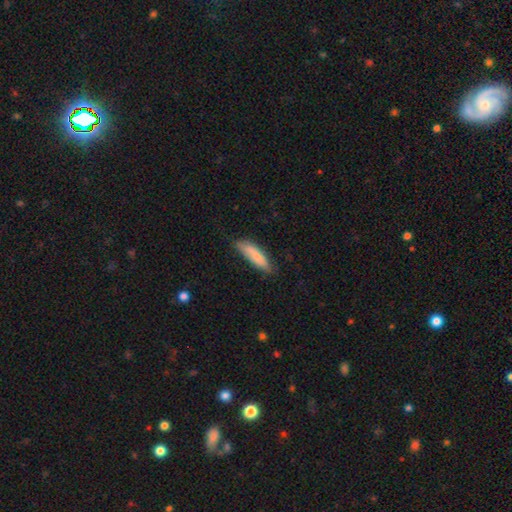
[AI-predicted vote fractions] Smooth or featured? smooth (80%)
How rounded? cigar-shaped (62%)
Merging? none (69%)